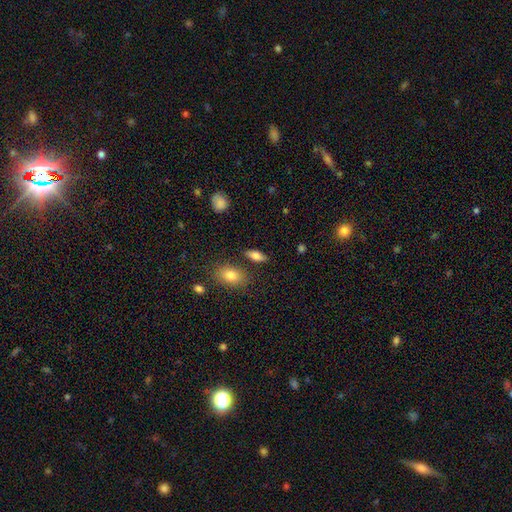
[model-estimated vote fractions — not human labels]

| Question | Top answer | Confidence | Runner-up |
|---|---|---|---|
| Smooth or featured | smooth | 75% | featured or disk (17%) |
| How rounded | in between | 77% | cigar-shaped (18%) |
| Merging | none | 81% | minor disturbance (11%) |